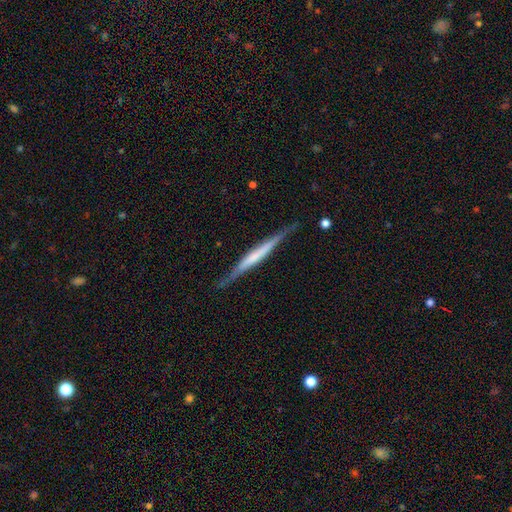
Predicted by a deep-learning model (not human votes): The model was most divided on "smooth or featured": featured or disk: 64%, smooth: 31%, star or artifact: 5%. More confident: edge-on disk — yes (96%); merging — none (81%); edge-on bulge — none (59%).